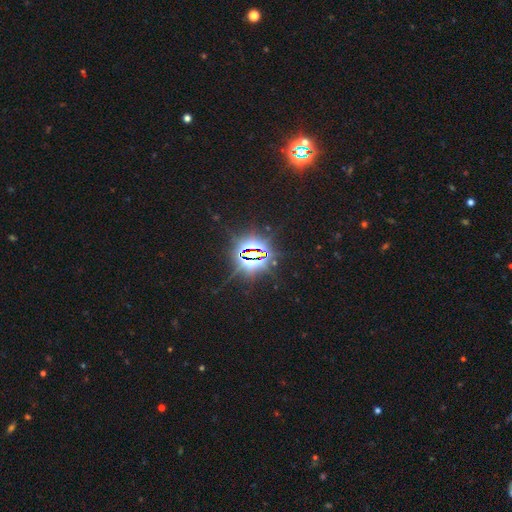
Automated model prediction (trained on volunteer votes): Overall: star or artifact (85%).